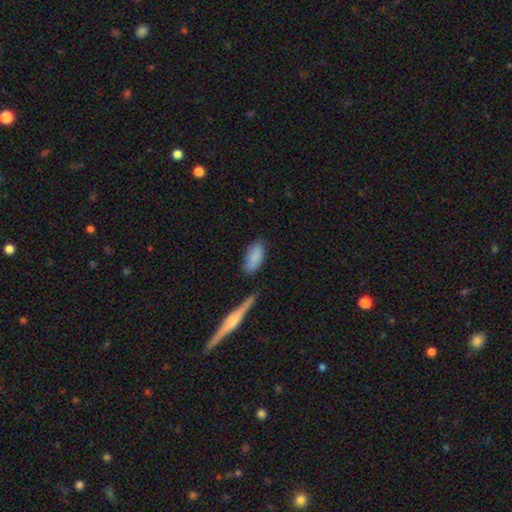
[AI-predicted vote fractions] Q: Smooth or featured?
A: smooth (86%); runner-up: featured or disk (7%)
Q: How rounded?
A: in between (89%); runner-up: cigar-shaped (9%)
Q: Merging?
A: none (70%); runner-up: minor disturbance (19%)